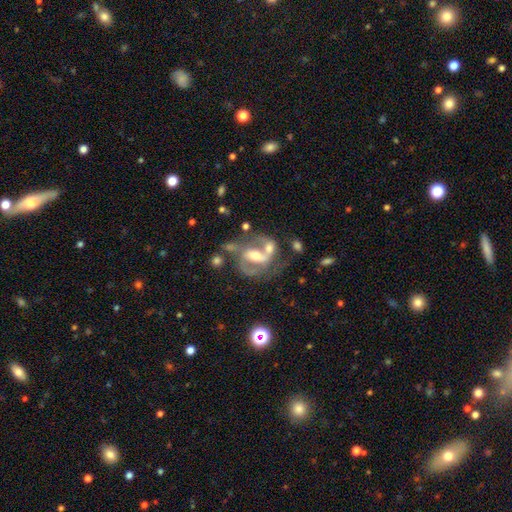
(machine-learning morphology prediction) A featured or disk galaxy (83%) with a strong bar (40%), 2 (79%) medium (52%) spiral arms (90%) and a moderate central bulge (62%). Merging: none (46%).